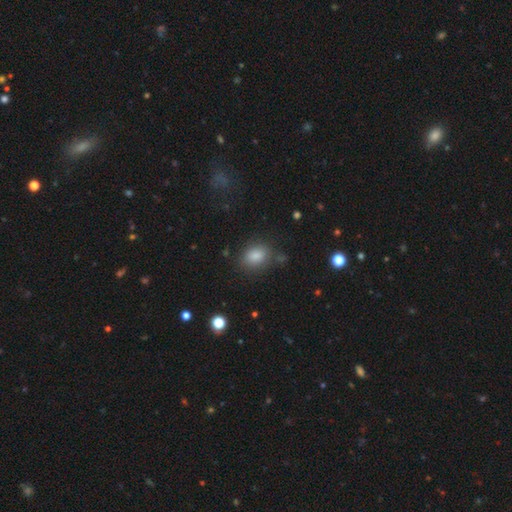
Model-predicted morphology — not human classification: smooth 84%, star or artifact 10%, featured or disk 6%. Down the decision tree: how rounded — in between (71%); merging — none (76%).